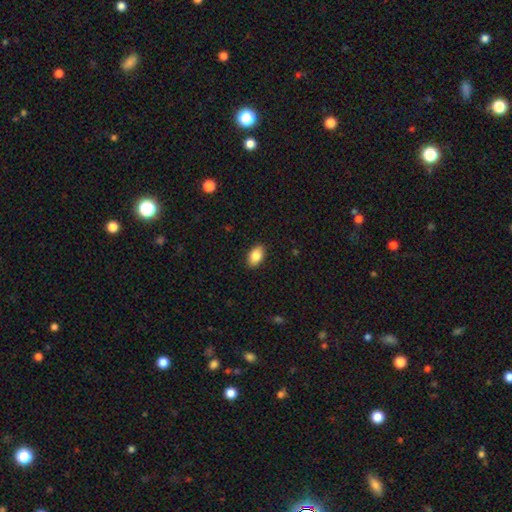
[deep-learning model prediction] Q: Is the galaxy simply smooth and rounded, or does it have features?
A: smooth — 86%.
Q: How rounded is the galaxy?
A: in between — 92%.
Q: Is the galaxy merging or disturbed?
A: none — 90%.